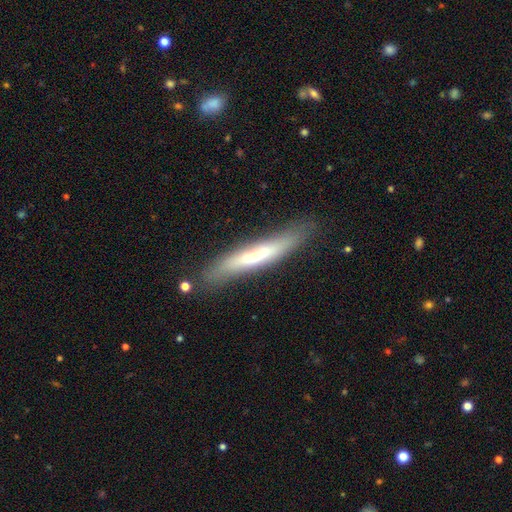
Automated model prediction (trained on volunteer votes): Smooth or featured: smooth — 48% (featured or disk — 45%)
Merging: none — 80% (minor disturbance — 13%)